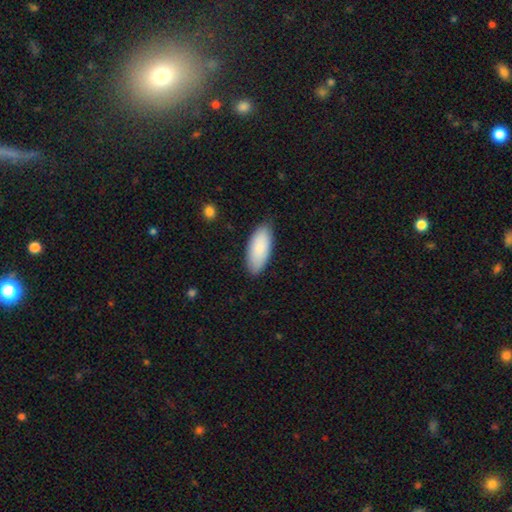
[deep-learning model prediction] Smooth or featured: smooth — 86% (featured or disk — 9%)
How rounded: in between — 87% (cigar-shaped — 12%)
Merging: none — 84% (minor disturbance — 13%)